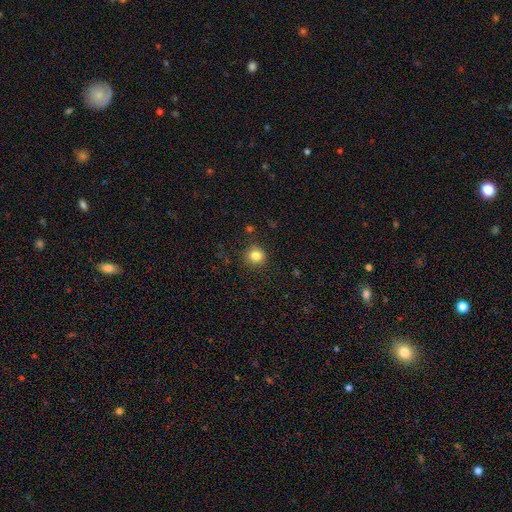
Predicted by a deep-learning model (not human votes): The model was most divided on "smooth or featured": smooth: 82%, star or artifact: 12%, featured or disk: 6%. More confident: how rounded — round (91%); merging — none (89%).